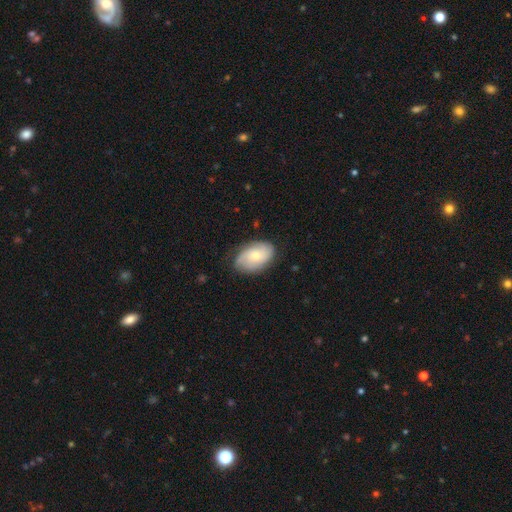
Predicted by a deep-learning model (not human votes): A smooth galaxy with no disk features (53%) that is in between round and cigar-shaped (88%).

Vote fractions:
- Smooth or featured? smooth: 53% / featured or disk: 41% / star or artifact: 6%
- How rounded? in between: 88% / round: 11% / cigar-shaped: 1%
- Merging? none: 76% / minor disturbance: 19% / major disturbance: 4% / merger: 1%